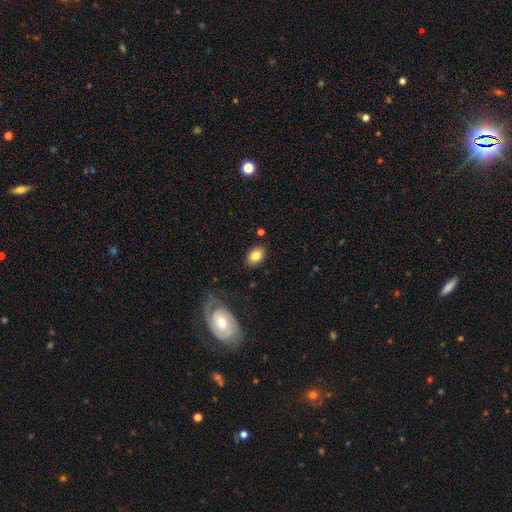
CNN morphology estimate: smooth 81%, featured or disk 11%, star or artifact 8%. Down the decision tree: how rounded — in between (83%); merging — none (84%).